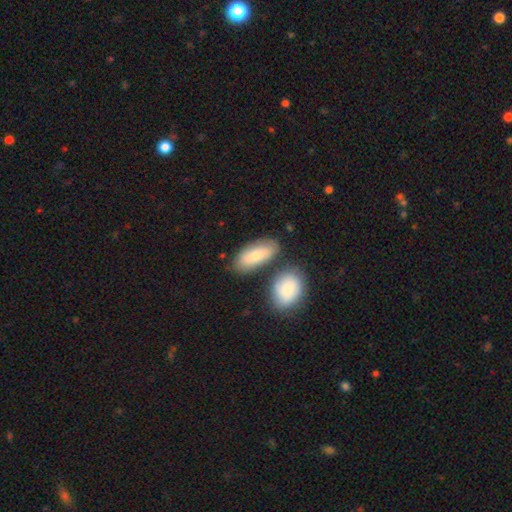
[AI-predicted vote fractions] A smooth galaxy with no disk features (73%) that is in between round and cigar-shaped (86%). Merging: none (66%).